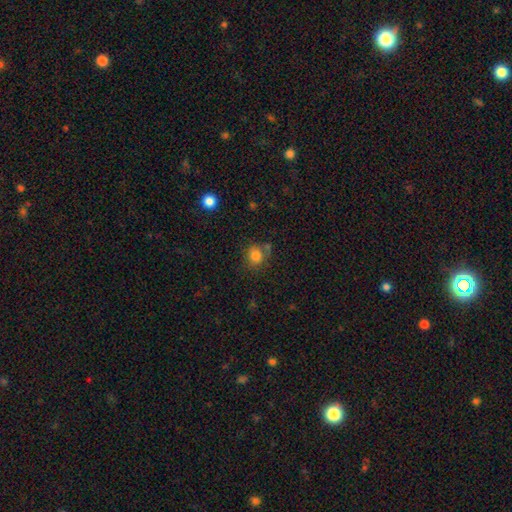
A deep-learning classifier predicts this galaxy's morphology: Q: Smooth or featured?
A: smooth (82%); runner-up: star or artifact (12%)
Q: How rounded?
A: round (81%); runner-up: in between (18%)
Q: Merging?
A: none (70%); runner-up: minor disturbance (15%)